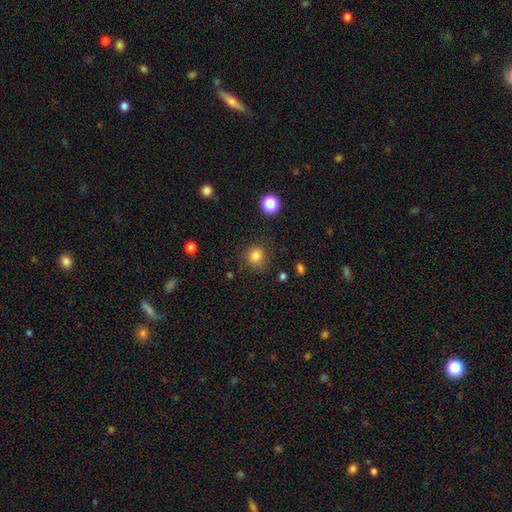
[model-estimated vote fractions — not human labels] A smooth galaxy with no disk features (83%) that is round (89%).

Vote fractions:
- Smooth or featured? smooth: 83% / star or artifact: 12% / featured or disk: 5%
- How rounded? round: 89% / in between: 10% / cigar-shaped: 1%
- Merging? none: 84% / minor disturbance: 11% / major disturbance: 4% / merger: 2%